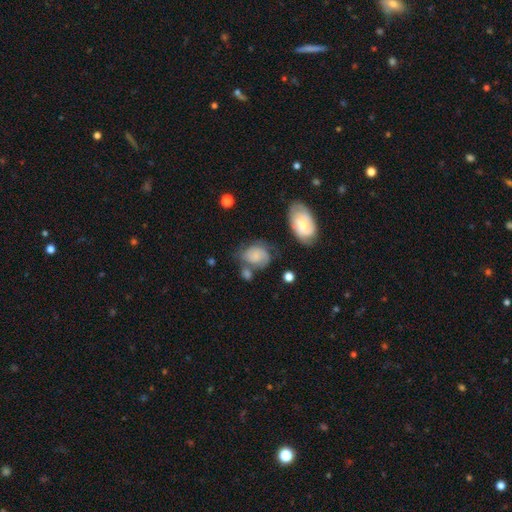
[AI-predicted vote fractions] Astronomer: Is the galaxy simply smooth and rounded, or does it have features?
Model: smooth — 53% (runner-up: featured or disk, 37%).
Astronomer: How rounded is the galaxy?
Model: in between — 54% (runner-up: round, 44%).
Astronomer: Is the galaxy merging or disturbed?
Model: none — 46% (runner-up: minor disturbance, 25%).